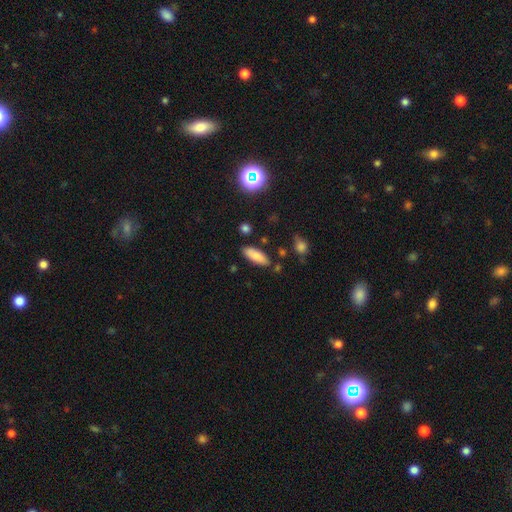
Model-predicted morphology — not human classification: A smooth galaxy with no disk features (81%) that is in between round and cigar-shaped (72%). Merging: none (83%).